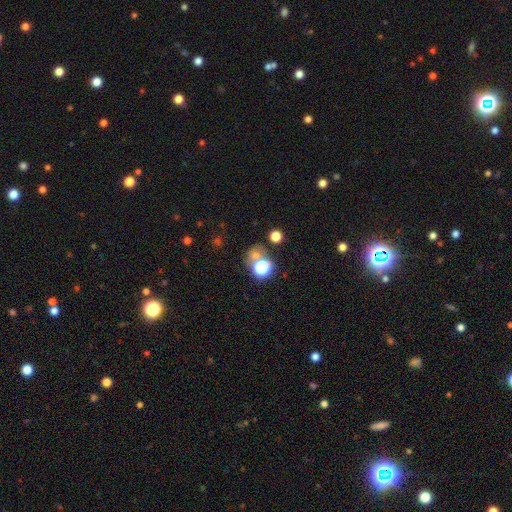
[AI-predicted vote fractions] Smooth or featured? Predicted: smooth (p=0.50). How rounded? Predicted: round (p=0.74). Merging? Predicted: none (p=0.54).